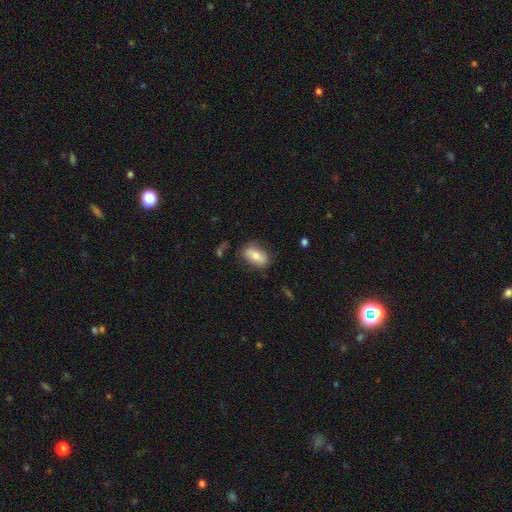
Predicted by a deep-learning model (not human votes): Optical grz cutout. It shows a smooth galaxy with no disk features (72%) that is in between round and cigar-shaped (90%). Merging: none (74%).